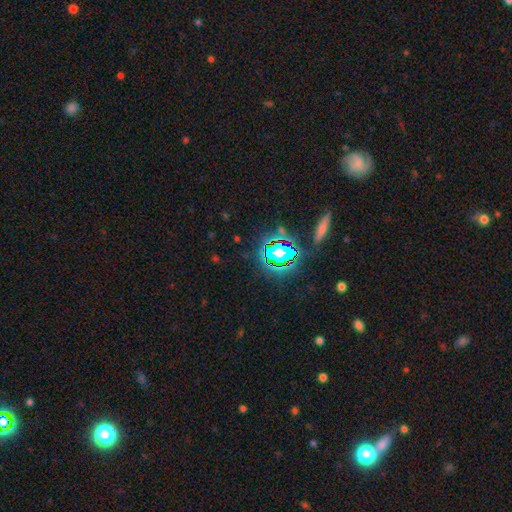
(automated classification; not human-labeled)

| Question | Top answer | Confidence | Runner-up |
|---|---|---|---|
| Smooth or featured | star or artifact | 78% | smooth (13%) |